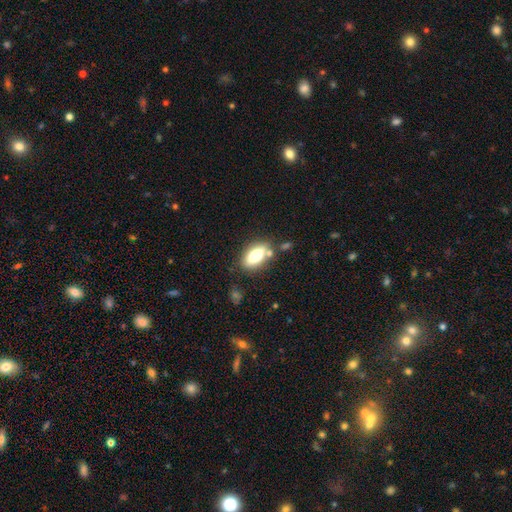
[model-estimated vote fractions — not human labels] Q: Smooth or featured?
A: smooth (77%); runner-up: featured or disk (15%)
Q: How rounded?
A: in between (86%); runner-up: cigar-shaped (9%)
Q: Merging?
A: none (73%); runner-up: minor disturbance (14%)